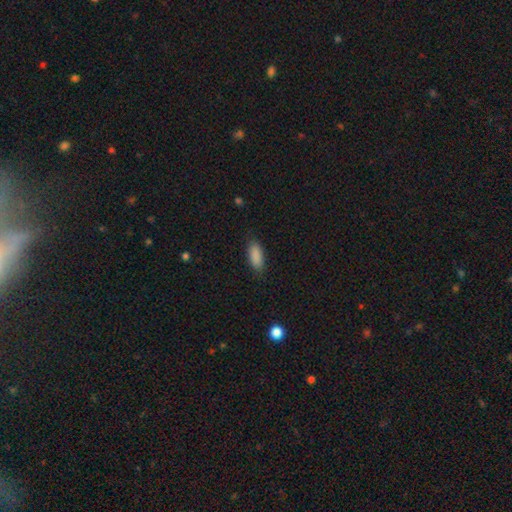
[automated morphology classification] This is clearly a smooth galaxy (89%). How rounded: clearly in between (82%). Merging: clearly none (85%).